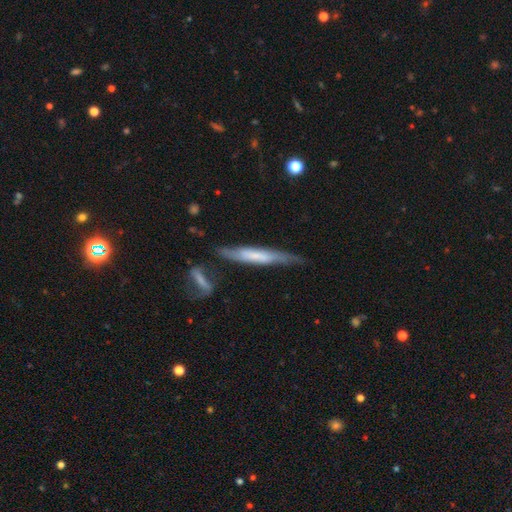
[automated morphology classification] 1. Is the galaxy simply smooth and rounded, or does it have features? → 52% featured or disk, 42% smooth, 6% star or artifact.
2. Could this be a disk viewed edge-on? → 79% yes, 21% no.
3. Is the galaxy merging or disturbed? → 63% none, 24% minor disturbance, 7% major disturbance, 6% merger.